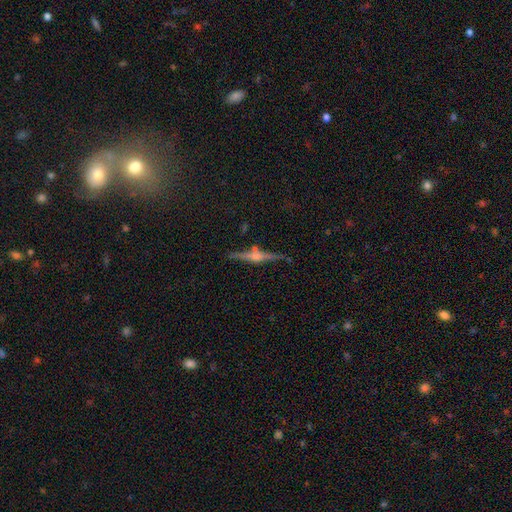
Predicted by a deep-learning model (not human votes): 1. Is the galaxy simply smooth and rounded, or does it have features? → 73% featured or disk, 17% smooth, 11% star or artifact.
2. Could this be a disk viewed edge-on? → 97% yes, 3% no.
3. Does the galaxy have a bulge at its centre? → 83% rounded, 10% boxy, 7% none.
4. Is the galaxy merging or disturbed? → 81% none, 11% minor disturbance, 5% merger, 3% major disturbance.